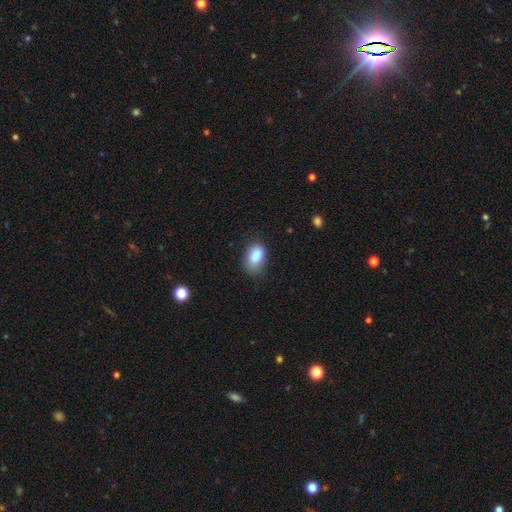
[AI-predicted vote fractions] Q: Smooth or featured?
A: smooth (84%); runner-up: star or artifact (8%)
Q: How rounded?
A: in between (89%); runner-up: round (10%)
Q: Merging?
A: none (63%); runner-up: minor disturbance (27%)